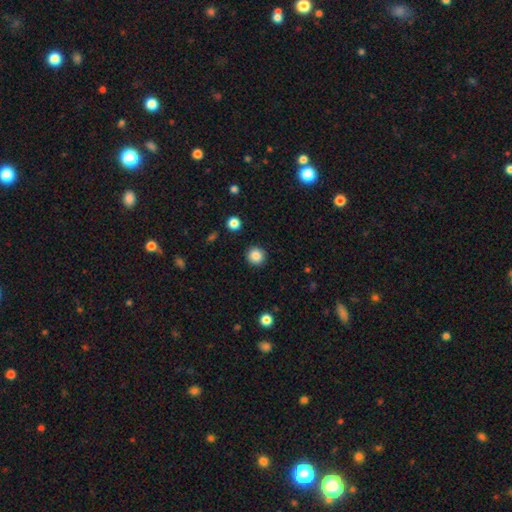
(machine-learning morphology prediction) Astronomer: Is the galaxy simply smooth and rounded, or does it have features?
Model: smooth — 87%.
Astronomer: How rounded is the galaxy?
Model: round — 93%.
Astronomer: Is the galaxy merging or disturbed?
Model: none — 91%.